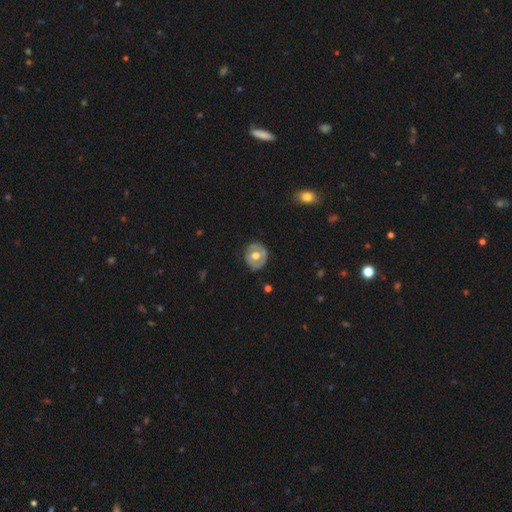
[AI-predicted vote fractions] A featured or disk galaxy (52%). Merging: none (78%).